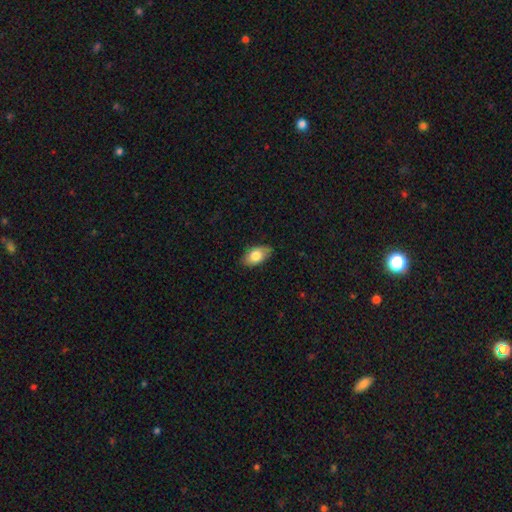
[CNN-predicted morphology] smooth 78%, featured or disk 15%, star or artifact 7%. Down the decision tree: how rounded — in between (91%); merging — none (82%).